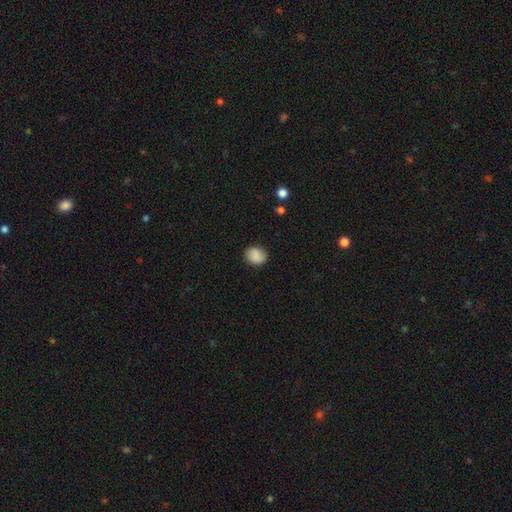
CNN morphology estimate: The model was most divided on "how rounded": round: 65%, in between: 34%, cigar-shaped: 1%. More confident: smooth or featured — smooth (84%); merging — none (83%).